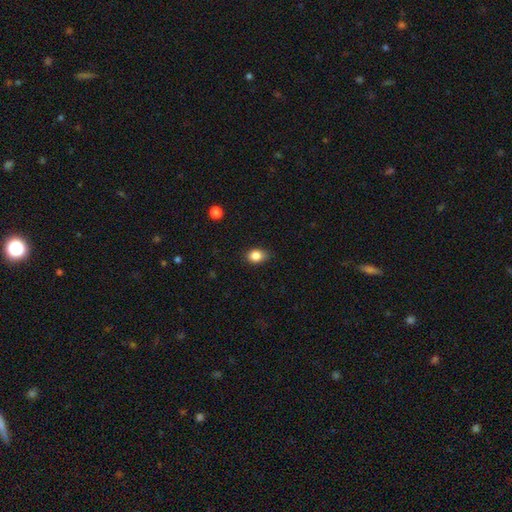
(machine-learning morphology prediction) Smooth or featured: smooth — 85% (star or artifact — 10%)
How rounded: in between — 64% (round — 34%)
Merging: none — 81% (minor disturbance — 16%)